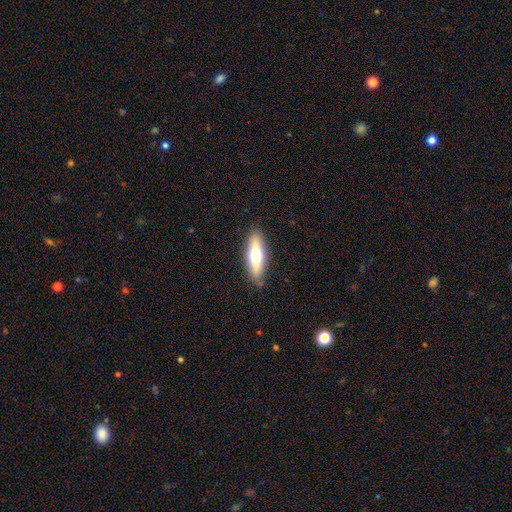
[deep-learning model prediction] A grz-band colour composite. It shows a smooth galaxy with no disk features (55%) that is cigar-shaped (58%). Merging: none (86%).